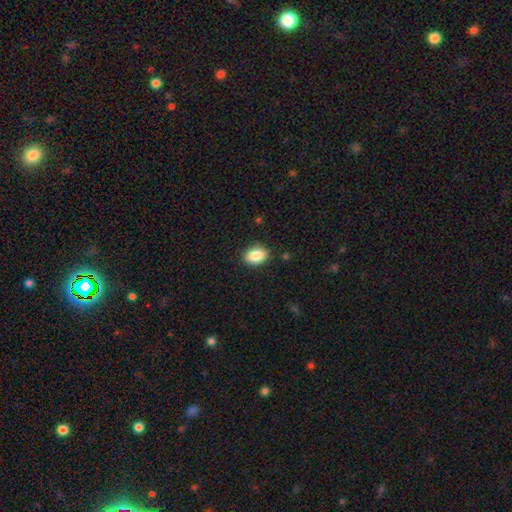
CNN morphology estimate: Smooth or featured? smooth (88%)
How rounded? in between (79%)
Merging? none (86%)